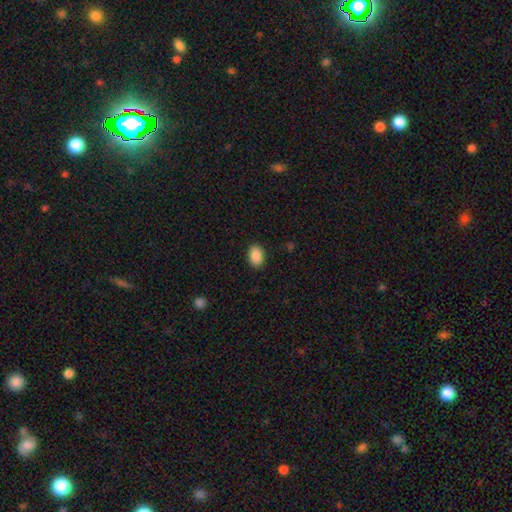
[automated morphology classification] Smooth or featured?
  - smooth: 89% *
  - star or artifact: 7%
  - featured or disk: 3%
How rounded?
  - in between: 84% *
  - round: 15%
  - cigar-shaped: 1%
Merging?
  - none: 89% *
  - minor disturbance: 8%
  - major disturbance: 2%
  - merger: 1%